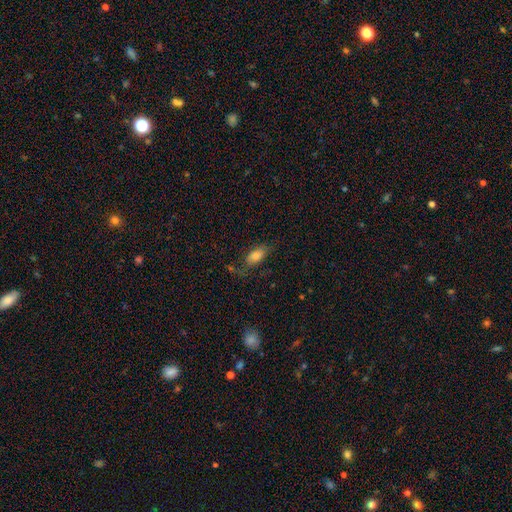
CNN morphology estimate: Smooth or featured?
  - smooth: 76% *
  - featured or disk: 14%
  - star or artifact: 10%
How rounded?
  - in between: 86% *
  - cigar-shaped: 9%
  - round: 5%
Merging?
  - none: 60% *
  - minor disturbance: 23%
  - major disturbance: 14%
  - merger: 4%